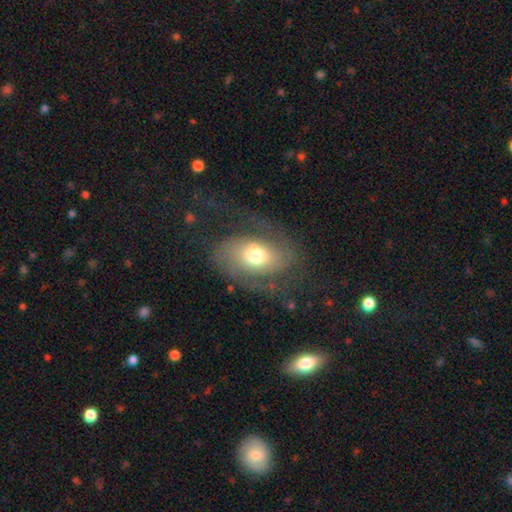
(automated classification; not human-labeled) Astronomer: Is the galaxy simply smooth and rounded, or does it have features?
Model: featured or disk — 56% (runner-up: smooth, 36%).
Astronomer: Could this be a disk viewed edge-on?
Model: no — 95%.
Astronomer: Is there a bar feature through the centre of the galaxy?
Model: no — 73%.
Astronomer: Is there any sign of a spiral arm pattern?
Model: yes — 78%.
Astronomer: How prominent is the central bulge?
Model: moderate — 63%.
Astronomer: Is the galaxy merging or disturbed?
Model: none — 54%.